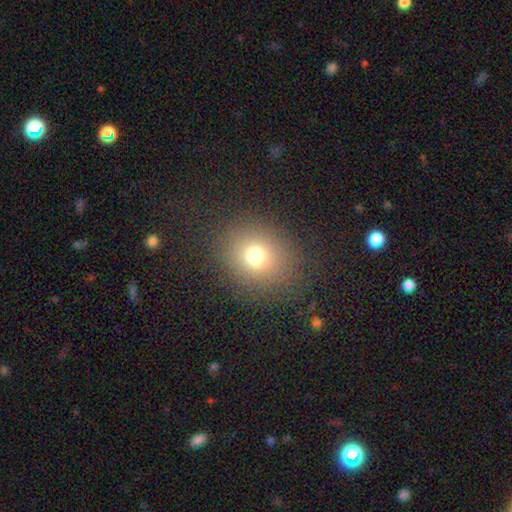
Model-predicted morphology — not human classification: type=smooth (73%); roundness=round (77%); merging=none (85%).